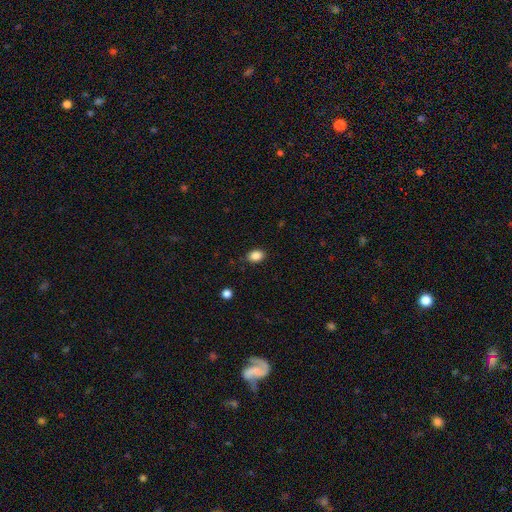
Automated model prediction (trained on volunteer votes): Q: Smooth or featured?
A: smooth (87%); runner-up: star or artifact (9%)
Q: How rounded?
A: in between (76%); runner-up: round (23%)
Q: Merging?
A: none (86%); runner-up: minor disturbance (11%)